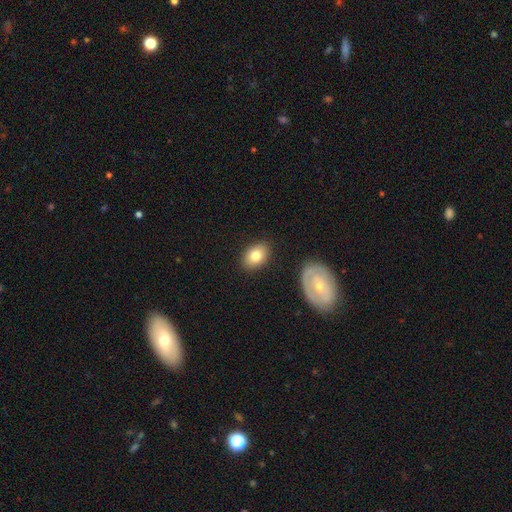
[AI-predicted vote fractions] smooth-or-featured: smooth: 79% | featured or disk: 14% | star or artifact: 7%
  how-rounded: in between: 81% | round: 18% | cigar-shaped: 1%
  merging: none: 85% | minor disturbance: 10% | major disturbance: 3% | merger: 2%